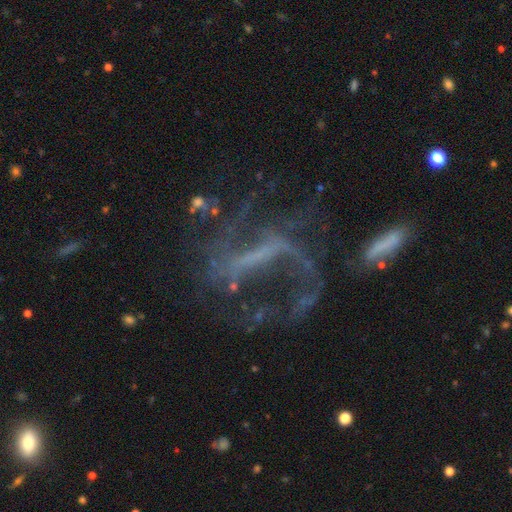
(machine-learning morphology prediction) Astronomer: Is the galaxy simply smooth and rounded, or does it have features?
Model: featured or disk — 74%.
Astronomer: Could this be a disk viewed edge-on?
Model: no — 93%.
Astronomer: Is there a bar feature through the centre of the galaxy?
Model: strong — 52%.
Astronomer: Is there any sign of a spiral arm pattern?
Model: yes — 72%.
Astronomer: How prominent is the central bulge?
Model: none — 66%.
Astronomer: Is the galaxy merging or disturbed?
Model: none — 40% (runner-up: major disturbance, 38%).